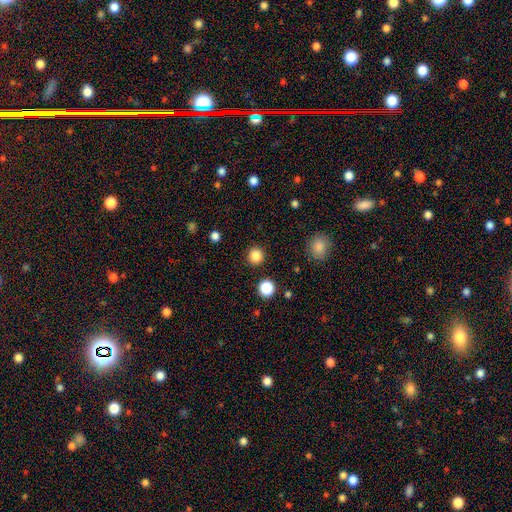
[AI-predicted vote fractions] Smooth or featured?
  - smooth: 84% *
  - star or artifact: 12%
  - featured or disk: 3%
How rounded?
  - round: 94% *
  - in between: 5%
  - cigar-shaped: 1%
Merging?
  - none: 91% *
  - minor disturbance: 5%
  - major disturbance: 2%
  - merger: 2%